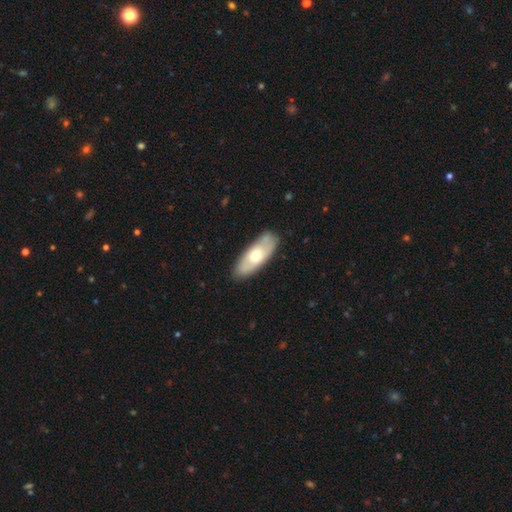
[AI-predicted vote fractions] Smooth or featured? Predicted: smooth (p=0.59). How rounded? Predicted: in between (p=0.76). Merging? Predicted: none (p=0.82).